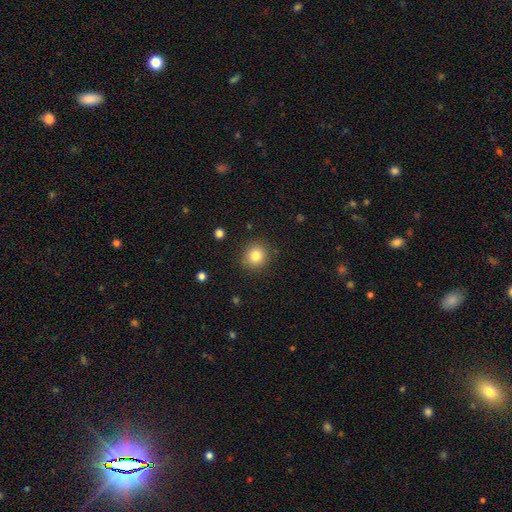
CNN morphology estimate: smooth 82%, star or artifact 11%, featured or disk 7%. Down the decision tree: how rounded — round (88%); merging — none (88%).